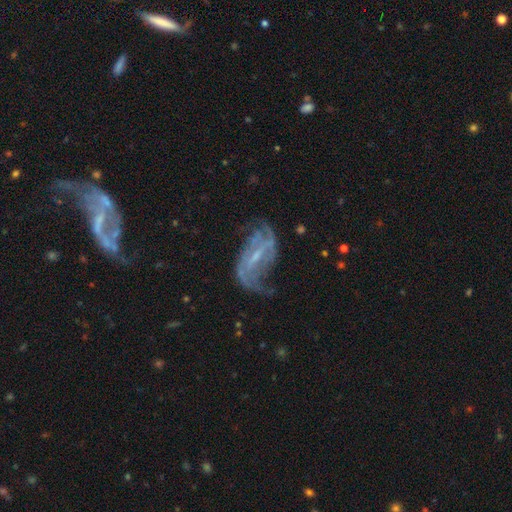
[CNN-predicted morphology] Q: Smooth or featured?
A: featured or disk (79%); runner-up: smooth (12%)
Q: Edge-on disk?
A: no (93%); runner-up: yes (7%)
Q: Bar?
A: weak (46%); runner-up: strong (35%)
Q: Spiral arms?
A: yes (86%); runner-up: no (14%)
Q: Spiral winding?
A: medium (40%); runner-up: loose (32%)
Q: Spiral arm count?
A: 2 (45%); runner-up: can't tell (29%)
Q: Bulge size?
A: small (64%); runner-up: moderate (23%)
Q: Merging?
A: none (49%); runner-up: major disturbance (24%)